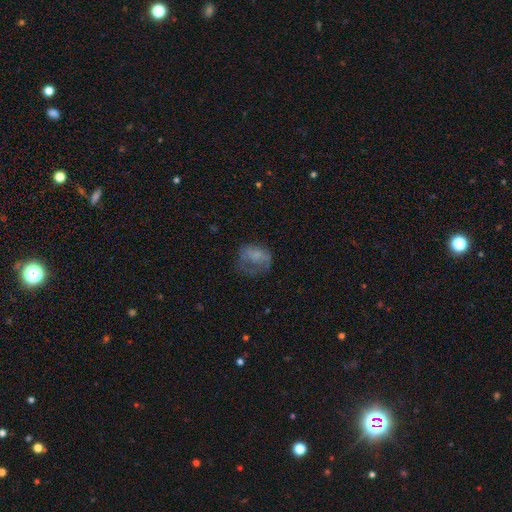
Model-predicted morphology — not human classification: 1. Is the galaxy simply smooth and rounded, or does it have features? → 56% smooth, 32% featured or disk, 12% star or artifact.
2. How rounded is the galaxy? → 58% in between, 41% round, 1% cigar-shaped.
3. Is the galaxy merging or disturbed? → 38% major disturbance, 35% none, 25% minor disturbance, 2% merger.